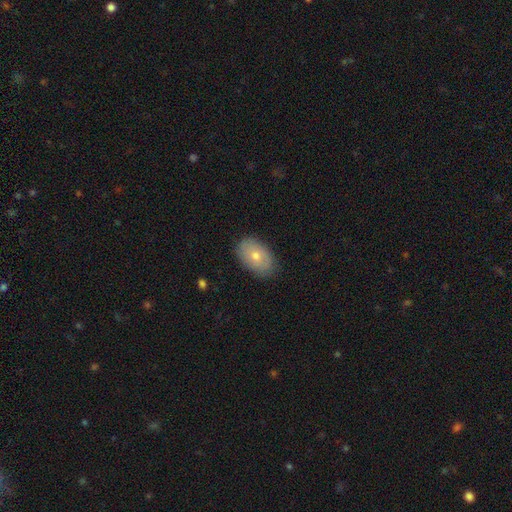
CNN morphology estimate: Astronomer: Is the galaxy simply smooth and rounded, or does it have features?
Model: smooth — 65%.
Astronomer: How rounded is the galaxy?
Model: in between — 90%.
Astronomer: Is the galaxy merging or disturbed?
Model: none — 85%.